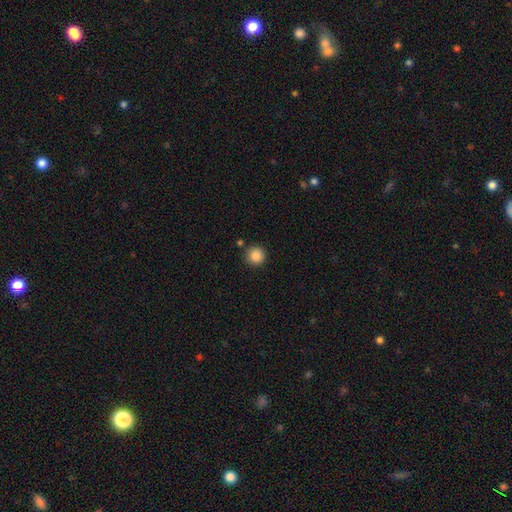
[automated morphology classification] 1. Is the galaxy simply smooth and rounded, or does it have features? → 87% smooth, 10% star or artifact, 3% featured or disk.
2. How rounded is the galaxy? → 95% round, 4% in between, 1% cigar-shaped.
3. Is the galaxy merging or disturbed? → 87% none, 7% minor disturbance, 4% merger, 2% major disturbance.